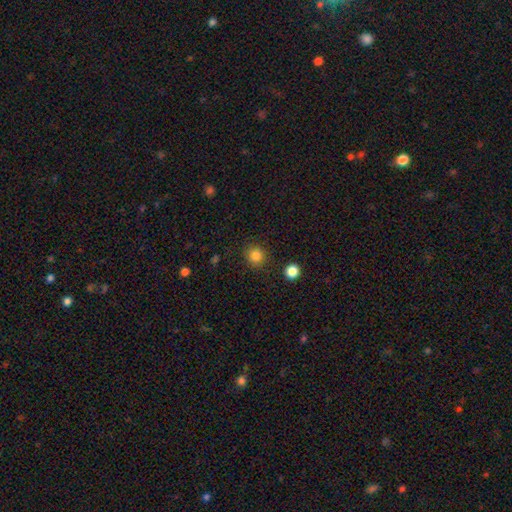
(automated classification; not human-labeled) Overall: smooth (83%). How rounded: round (90%). Merging: none (89%).